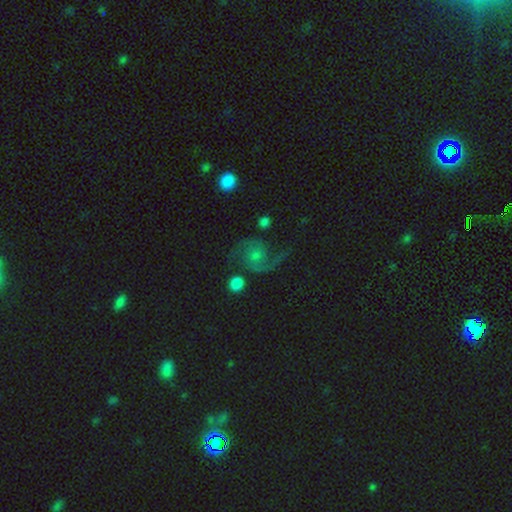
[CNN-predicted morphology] featured or disk 81%, smooth 10%, star or artifact 9%. Down the decision tree: edge-on disk — no (98%); bar — no (71%); spiral arms — yes (97%); spiral arm count — 2 (89%); spiral winding — medium (51%); bulge size — small (48%); merging — none (67%).